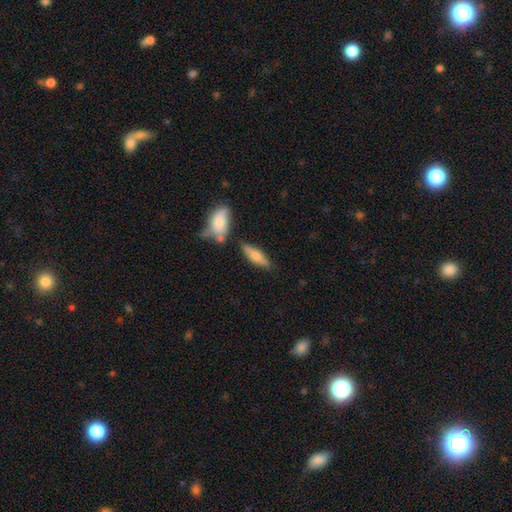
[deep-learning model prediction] Smooth or featured?
  - smooth: 58% *
  - featured or disk: 36%
  - star or artifact: 7%
How rounded?
  - cigar-shaped: 58% *
  - in between: 39%
  - round: 3%
Merging?
  - none: 70% *
  - minor disturbance: 16%
  - merger: 10%
  - major disturbance: 5%